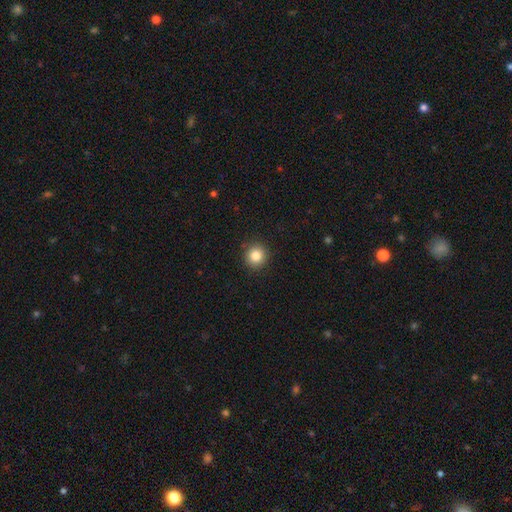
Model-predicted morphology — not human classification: Q: Smooth or featured?
A: smooth (84%); runner-up: star or artifact (10%)
Q: How rounded?
A: round (93%); runner-up: in between (6%)
Q: Merging?
A: none (91%); runner-up: minor disturbance (6%)